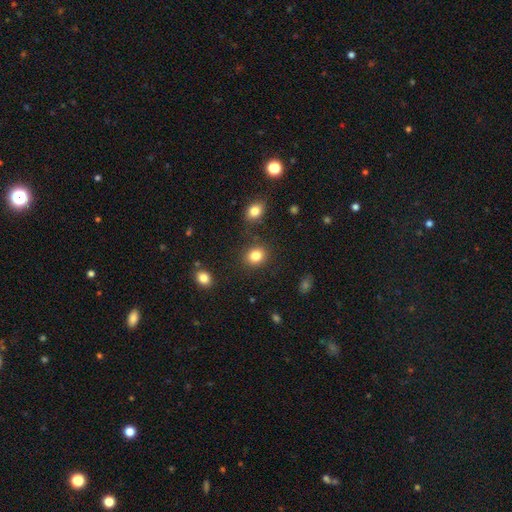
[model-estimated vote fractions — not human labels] Smooth or featured? smooth (84%)
How rounded? round (63%)
Merging? none (84%)